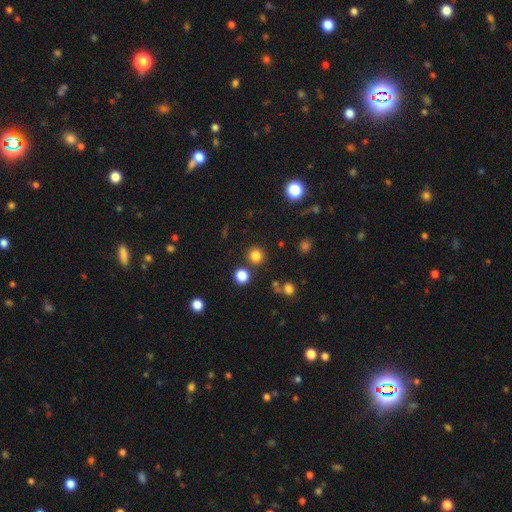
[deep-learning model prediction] Smooth or featured: smooth — 80% (star or artifact — 15%)
How rounded: round — 94% (in between — 5%)
Merging: none — 85% (minor disturbance — 6%)